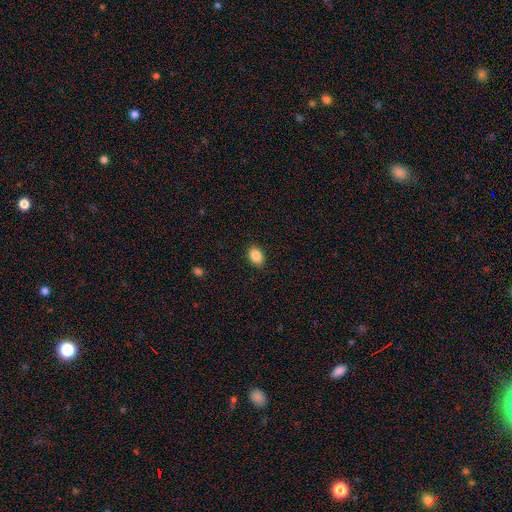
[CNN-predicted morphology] This appears to be a smooth galaxy with no disk features (86%) that is in between round and cigar-shaped (77%). Merging: none (89%).